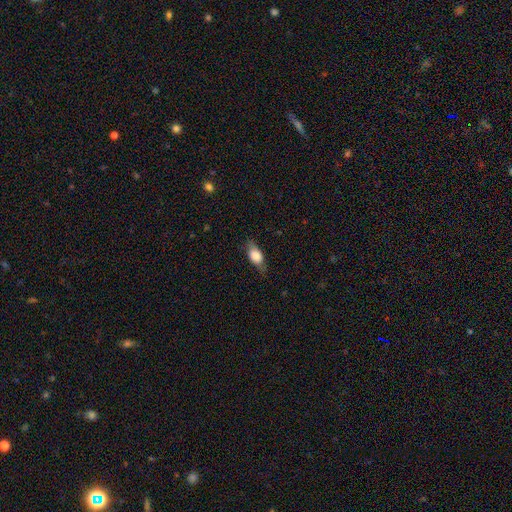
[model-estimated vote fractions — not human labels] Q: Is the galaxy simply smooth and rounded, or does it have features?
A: smooth — 70%.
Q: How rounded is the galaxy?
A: in between — 82%.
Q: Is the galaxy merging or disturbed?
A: none — 72%.